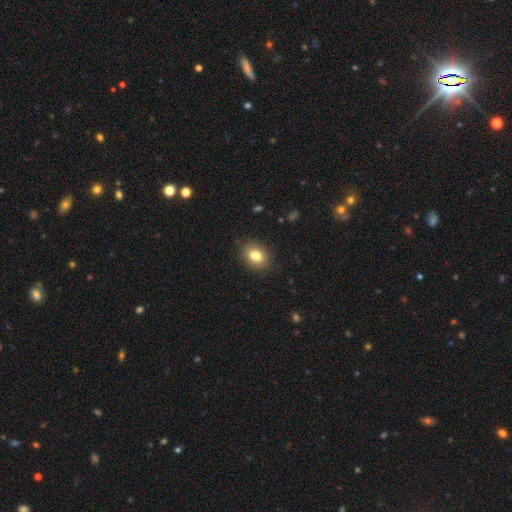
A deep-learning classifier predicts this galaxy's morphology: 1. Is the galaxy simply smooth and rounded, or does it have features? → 81% smooth, 10% star or artifact, 9% featured or disk.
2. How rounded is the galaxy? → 63% in between, 36% round, 1% cigar-shaped.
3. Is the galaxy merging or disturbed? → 87% none, 9% minor disturbance, 2% major disturbance, 1% merger.